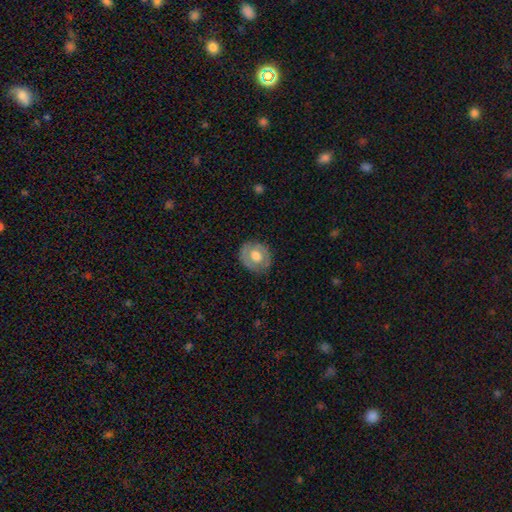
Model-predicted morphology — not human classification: Overall: smooth (49%; featured or disk 44%). Merging: none (79%).